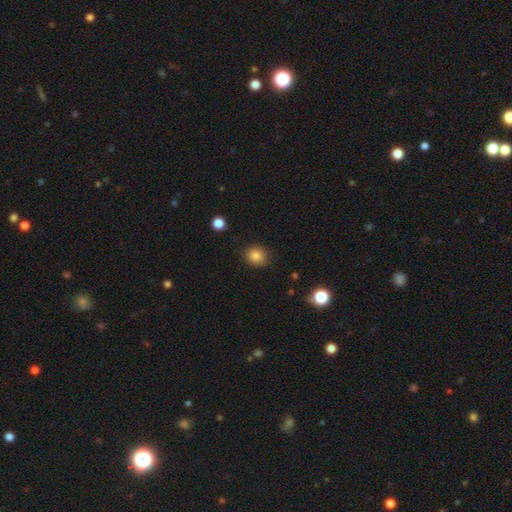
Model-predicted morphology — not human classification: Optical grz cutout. It shows a smooth galaxy with no disk features (86%) that is round (76%). Merging: none (88%).